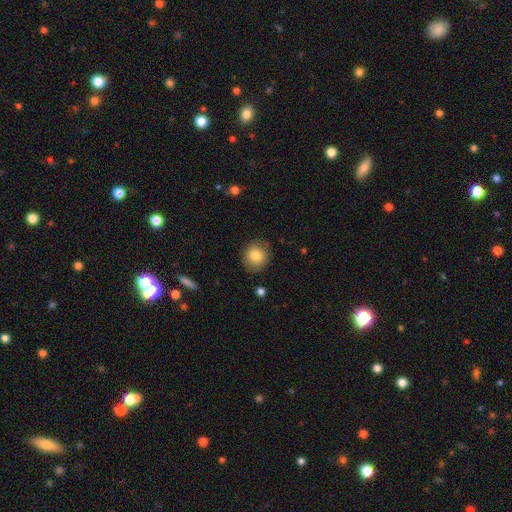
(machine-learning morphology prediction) A smooth galaxy with no disk features (81%) that is round (83%).

Vote fractions:
- Smooth or featured? smooth: 81% / featured or disk: 10% / star or artifact: 9%
- How rounded? round: 83% / in between: 16% / cigar-shaped: 1%
- Merging? none: 85% / minor disturbance: 11% / major disturbance: 3% / merger: 1%